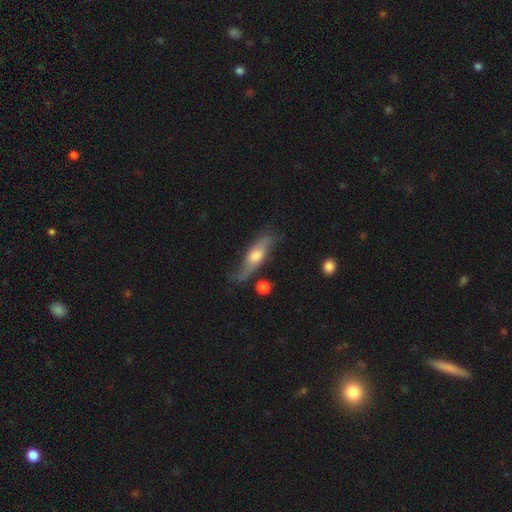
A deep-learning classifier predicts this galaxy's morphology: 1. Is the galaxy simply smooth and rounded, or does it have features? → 63% featured or disk, 30% smooth, 7% star or artifact.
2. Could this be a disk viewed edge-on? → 59% no, 41% yes.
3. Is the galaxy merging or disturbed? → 62% none, 24% minor disturbance, 10% major disturbance, 4% merger.